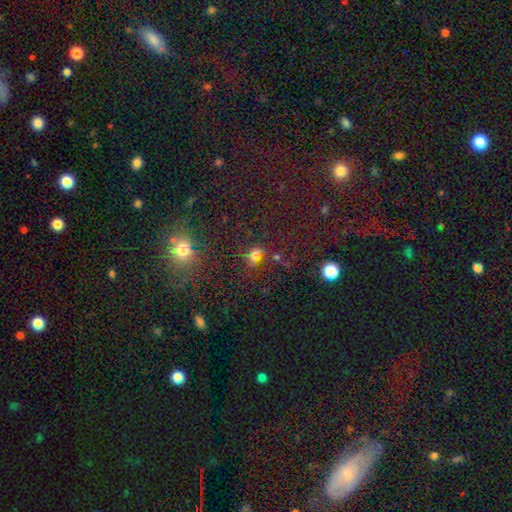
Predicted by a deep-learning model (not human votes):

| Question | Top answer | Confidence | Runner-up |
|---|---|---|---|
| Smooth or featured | smooth | 49% | star or artifact (37%) |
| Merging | none | 60% | minor disturbance (15%) |